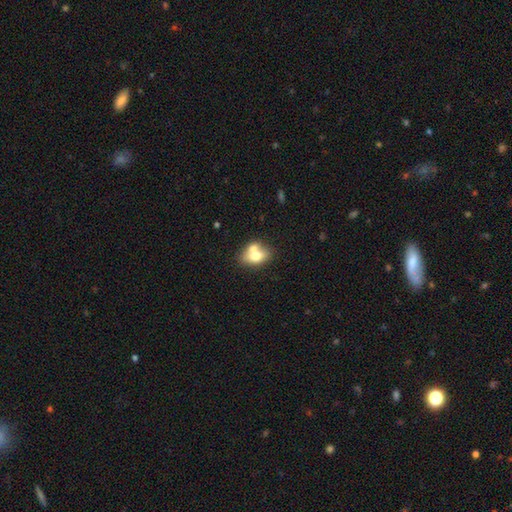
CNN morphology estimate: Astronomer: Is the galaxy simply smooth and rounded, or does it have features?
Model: smooth — 68%.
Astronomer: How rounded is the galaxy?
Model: in between — 74%.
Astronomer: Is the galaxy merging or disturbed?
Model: merger — 49% (runner-up: none, 35%).